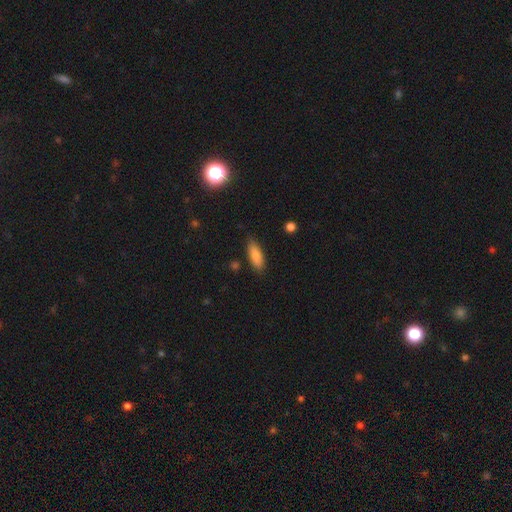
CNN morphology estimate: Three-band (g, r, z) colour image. It shows a smooth galaxy with no disk features (82%) that is in between round and cigar-shaped (59%). Merging: none (84%).